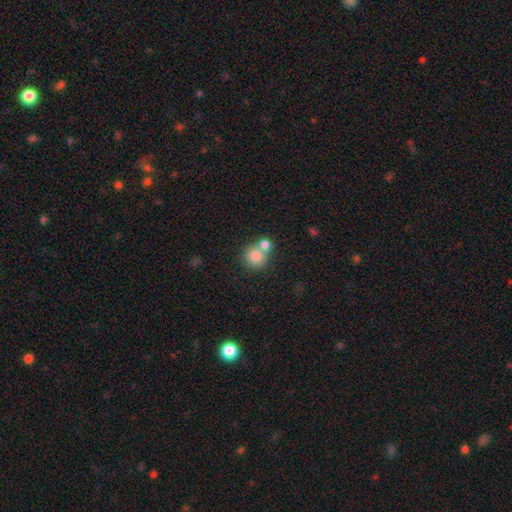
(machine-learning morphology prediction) smooth_or_featured: smooth (p=0.82) [alt: star or artifact p=0.09]
how_rounded: round (p=0.89) [alt: in between p=0.10]
merging: none (p=0.49) [alt: merger p=0.40]